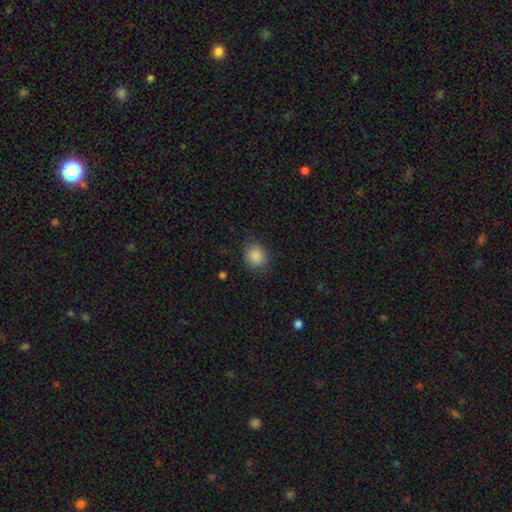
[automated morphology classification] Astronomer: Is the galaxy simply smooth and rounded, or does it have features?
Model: smooth — 87%.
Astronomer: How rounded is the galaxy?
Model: round — 72%.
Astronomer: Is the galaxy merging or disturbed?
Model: none — 79%.